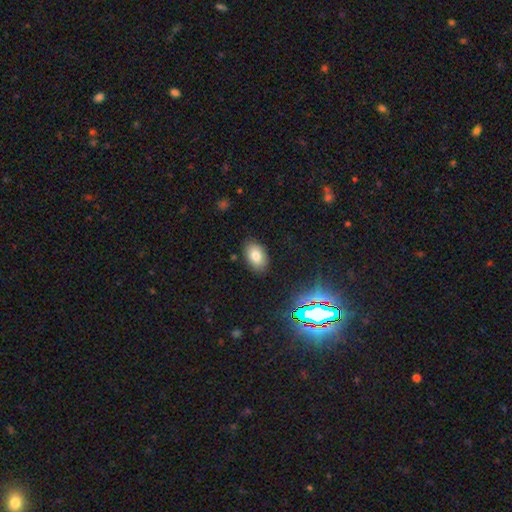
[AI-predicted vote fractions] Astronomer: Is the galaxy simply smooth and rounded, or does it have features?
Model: smooth — 79%.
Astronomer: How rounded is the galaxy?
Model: in between — 87%.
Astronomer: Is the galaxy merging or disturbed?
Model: none — 85%.